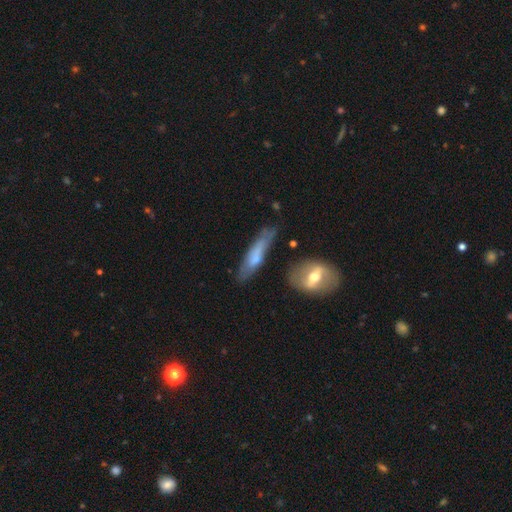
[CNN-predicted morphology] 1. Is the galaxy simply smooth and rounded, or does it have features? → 55% smooth, 38% featured or disk, 6% star or artifact.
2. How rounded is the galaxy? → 73% cigar-shaped, 25% in between, 2% round.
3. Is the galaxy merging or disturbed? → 64% none, 23% minor disturbance, 6% merger, 6% major disturbance.